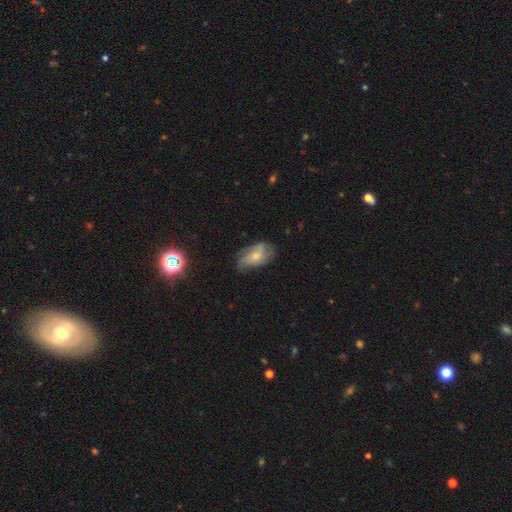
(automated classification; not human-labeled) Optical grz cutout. It shows a featured or disk galaxy (48%). Merging: none (51%).